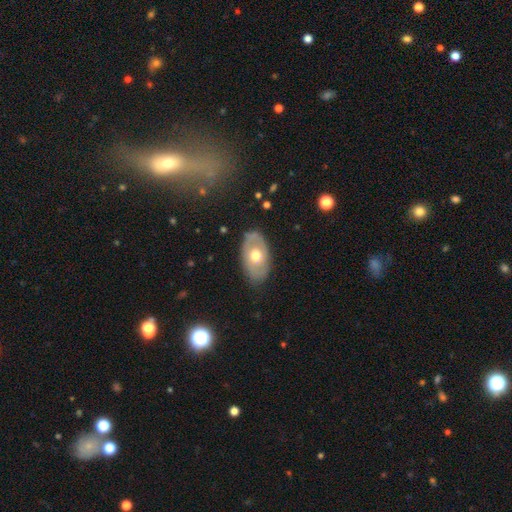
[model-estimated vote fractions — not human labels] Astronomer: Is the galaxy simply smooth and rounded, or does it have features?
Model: featured or disk — 53% (runner-up: smooth, 40%).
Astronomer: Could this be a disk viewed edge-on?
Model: no — 88%.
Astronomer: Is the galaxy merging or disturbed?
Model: none — 81%.